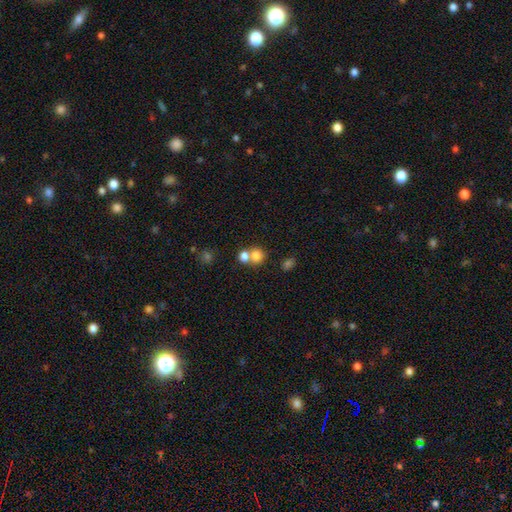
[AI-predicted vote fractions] A smooth galaxy with no disk features (78%) that is round (77%). Merging: merger (49%).